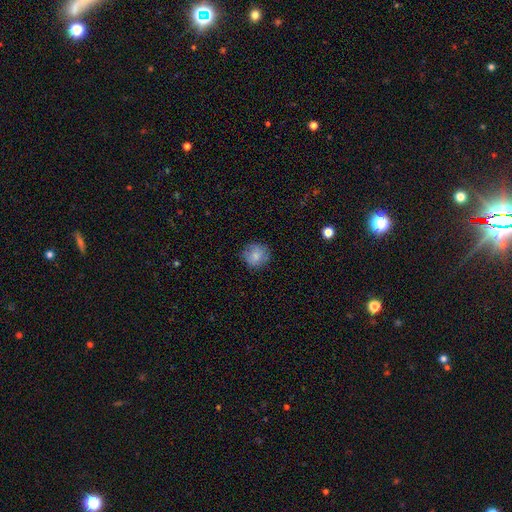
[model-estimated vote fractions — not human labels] smooth_or_featured: smooth (p=0.78) [alt: featured or disk p=0.14]
how_rounded: round (p=0.89) [alt: in between p=0.10]
merging: none (p=0.80) [alt: minor disturbance p=0.16]